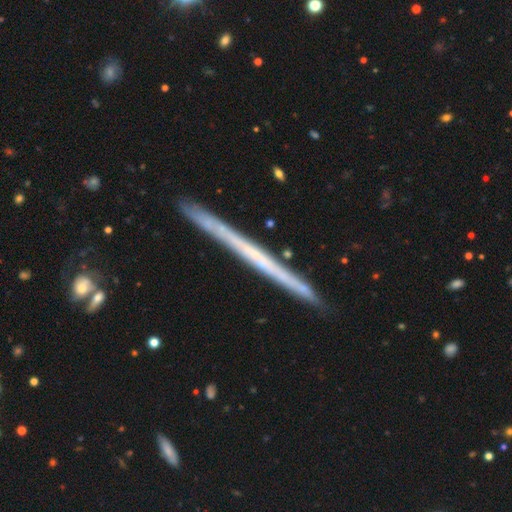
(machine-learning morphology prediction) Smooth or featured? Predicted: featured or disk (p=0.66). Edge-on disk? Predicted: yes (p=0.97). Edge-on bulge? Predicted: none (p=0.90). Merging? Predicted: none (p=0.89).